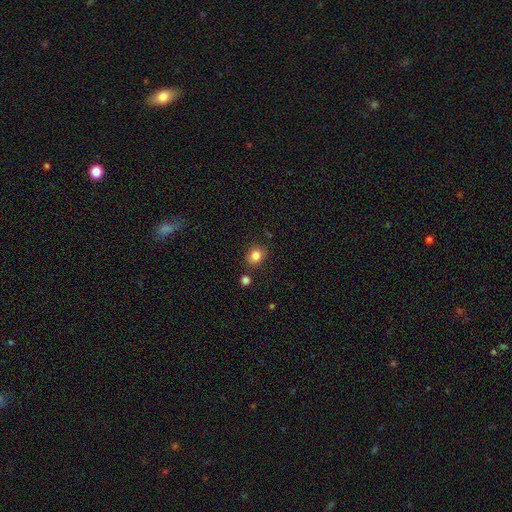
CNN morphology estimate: smooth_or_featured: smooth (p=0.84) [alt: star or artifact p=0.11]
how_rounded: round (p=0.62) [alt: in between p=0.37]
merging: none (p=0.80) [alt: minor disturbance p=0.11]